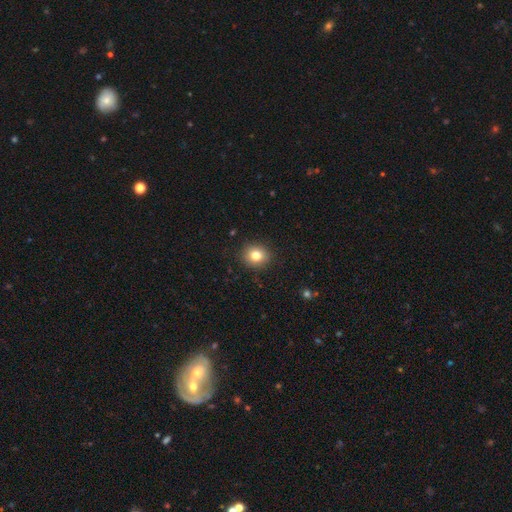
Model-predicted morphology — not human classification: A smooth galaxy with no disk features (80%) that is round (75%).

Vote fractions:
- Smooth or featured? smooth: 80% / star or artifact: 11% / featured or disk: 9%
- How rounded? round: 75% / in between: 24% / cigar-shaped: 1%
- Merging? none: 90% / minor disturbance: 7% / major disturbance: 2% / merger: 1%